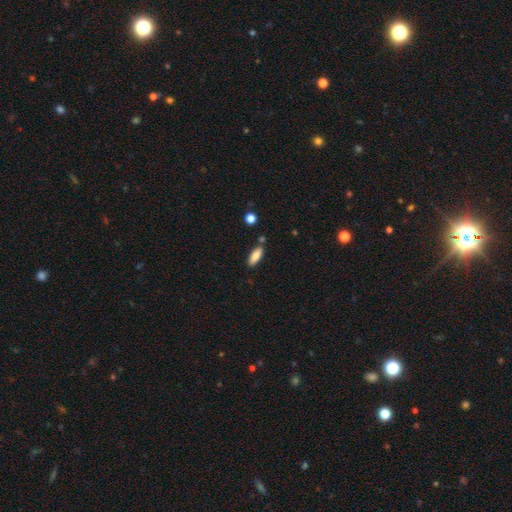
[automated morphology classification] Q: Smooth or featured?
A: smooth (82%); runner-up: featured or disk (11%)
Q: How rounded?
A: in between (71%); runner-up: cigar-shaped (27%)
Q: Merging?
A: none (80%); runner-up: minor disturbance (12%)